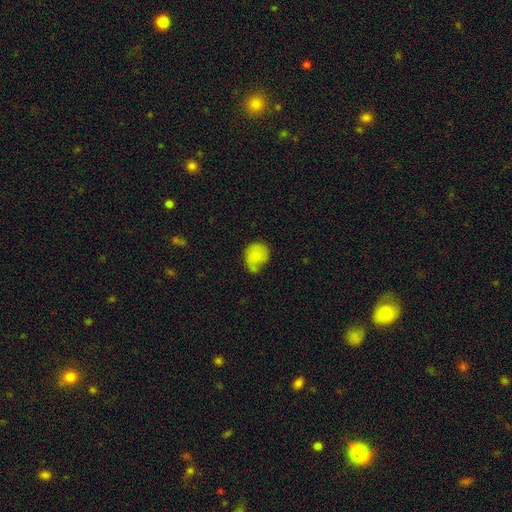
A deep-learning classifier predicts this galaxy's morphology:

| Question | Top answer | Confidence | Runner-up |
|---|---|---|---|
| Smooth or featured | smooth | 73% | featured or disk (19%) |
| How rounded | round | 65% | in between (34%) |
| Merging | none | 41% | minor disturbance (33%) |